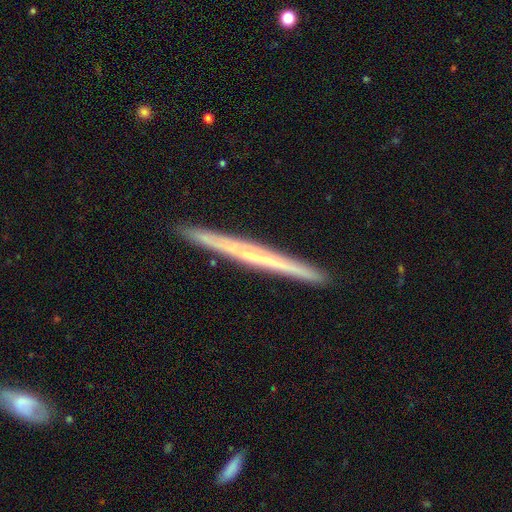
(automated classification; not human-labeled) smooth-or-featured: featured or disk: 63% | smooth: 31% | star or artifact: 6%
  disk-edge-on: yes: 98% | no: 2%
    edge-on-bulge: none: 75% | rounded: 20% | boxy: 4%
  merging: none: 93% | minor disturbance: 5% | major disturbance: 1% | merger: 1%